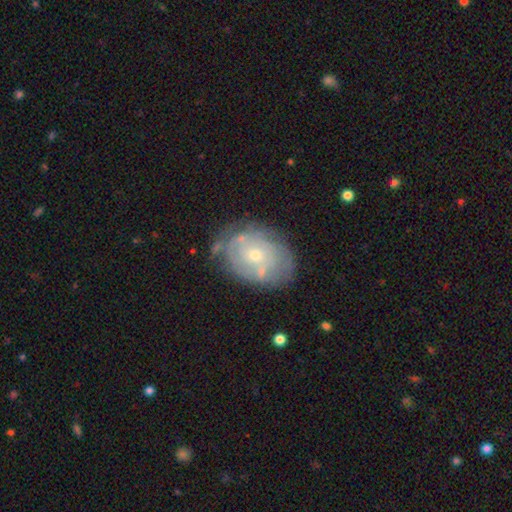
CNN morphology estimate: Smooth or featured: featured or disk — 66% (smooth — 27%)
Edge-on disk: no — 96% (yes — 4%)
Bar: no — 81% (weak — 16%)
Spiral arms: yes — 62% (no — 38%)
Bulge size: small — 61% (moderate — 36%)
Merging: none — 61% (minor disturbance — 24%)